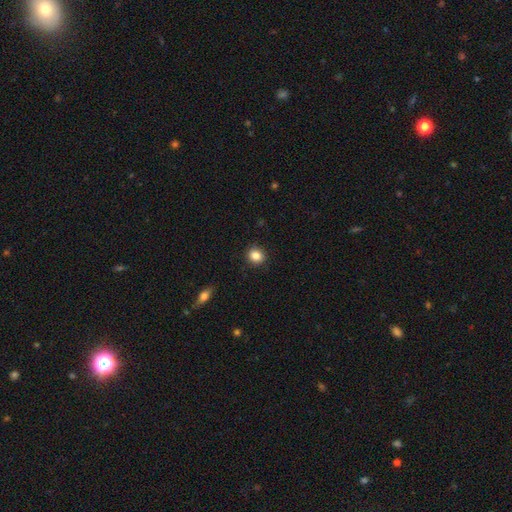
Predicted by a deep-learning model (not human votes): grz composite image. It shows a smooth galaxy with no disk features (86%) that is round (77%). Merging: none (90%).